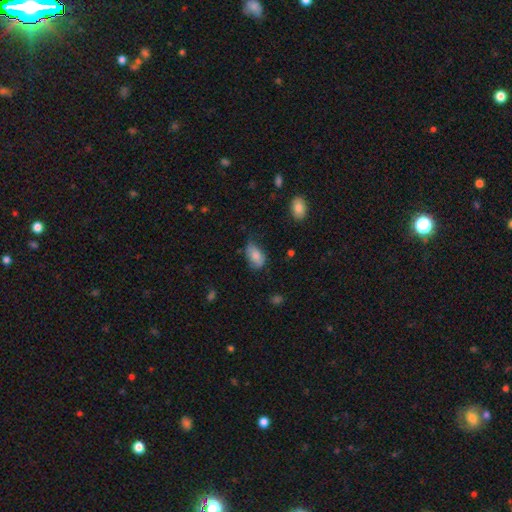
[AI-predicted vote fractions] Smooth or featured: smooth — 79% (featured or disk — 14%)
How rounded: in between — 92% (round — 6%)
Merging: none — 50% (minor disturbance — 37%)